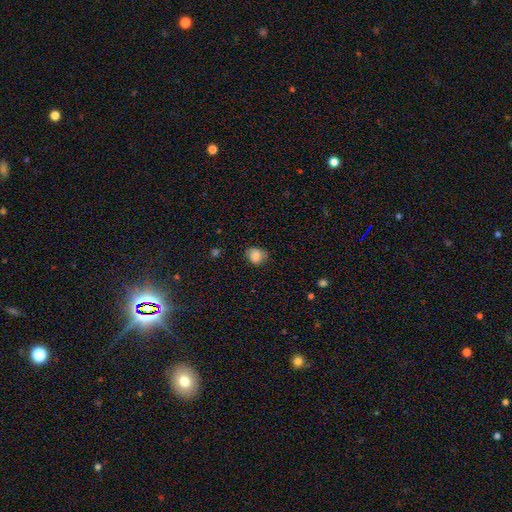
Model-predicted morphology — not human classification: This appears to be a smooth galaxy with no disk features (84%) that is round (58%). Merging: none (68%).